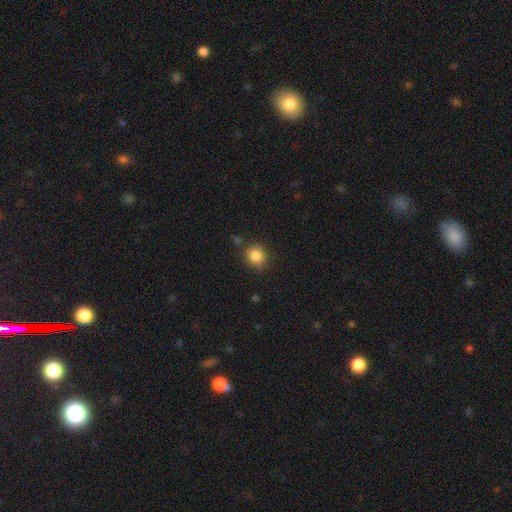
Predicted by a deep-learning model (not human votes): A smooth galaxy with no disk features (85%) that is round (86%). Merging: none (78%).